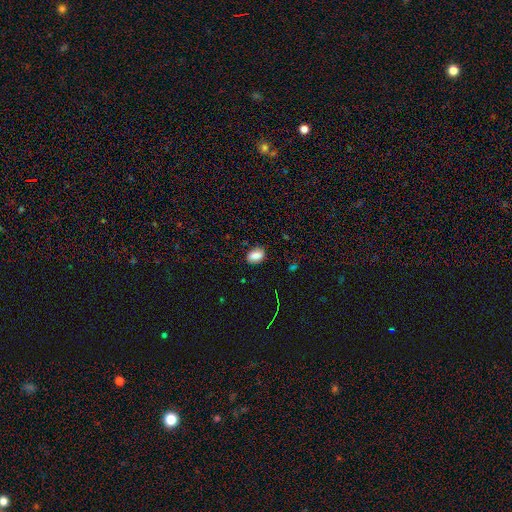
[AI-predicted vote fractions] smooth_or_featured: smooth (p=0.82) [alt: star or artifact p=0.09]
how_rounded: in between (p=0.81) [alt: round p=0.17]
merging: none (p=0.81) [alt: minor disturbance p=0.14]